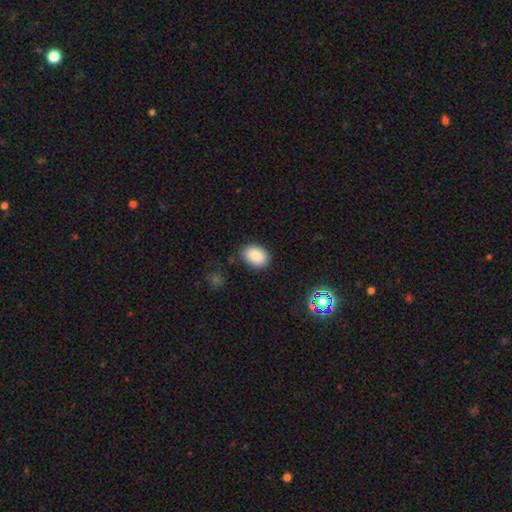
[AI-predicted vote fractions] The model was most divided on "how rounded": in between: 78%, round: 21%, cigar-shaped: 1%. More confident: smooth or featured — smooth (86%); merging — none (84%).